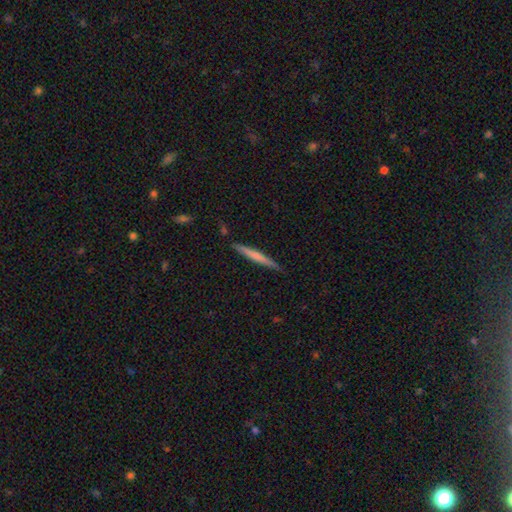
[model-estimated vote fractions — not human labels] Smooth or featured? smooth (57%)
How rounded? cigar-shaped (96%)
Merging? none (89%)